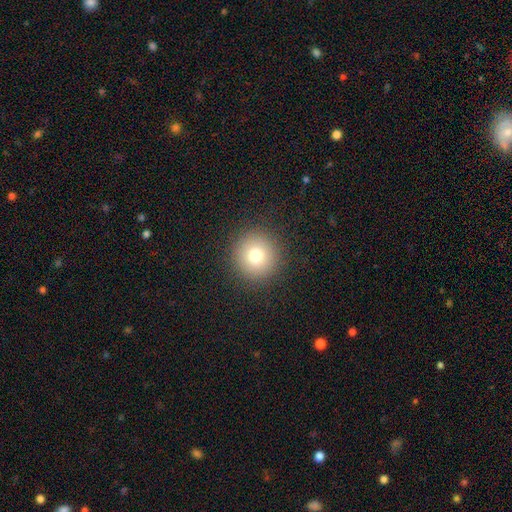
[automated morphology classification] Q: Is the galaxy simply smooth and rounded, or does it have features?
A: smooth — 77%.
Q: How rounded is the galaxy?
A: round — 93%.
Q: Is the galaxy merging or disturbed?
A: none — 91%.